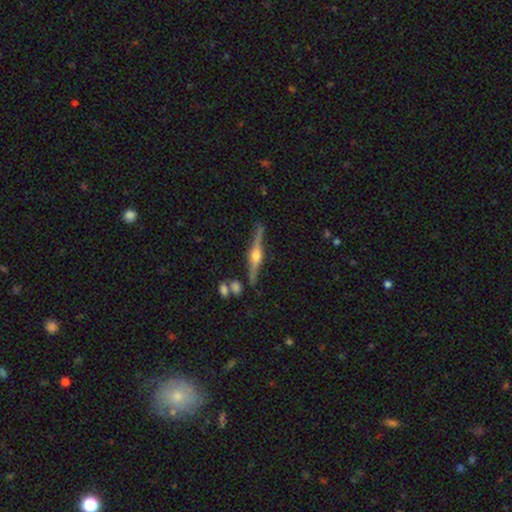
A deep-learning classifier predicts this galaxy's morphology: Smooth or featured? featured or disk (84%)
Edge-on disk? yes (98%)
Edge-on bulge? rounded (95%)
Merging? none (84%)